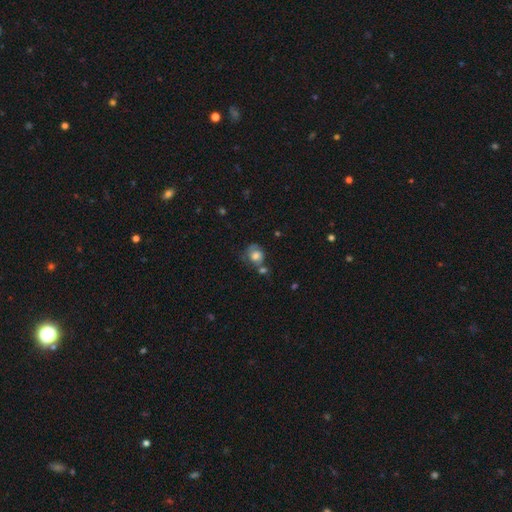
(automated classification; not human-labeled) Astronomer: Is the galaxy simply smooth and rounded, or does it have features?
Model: smooth — 51% (runner-up: featured or disk, 39%).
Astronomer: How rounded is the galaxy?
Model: round — 66%.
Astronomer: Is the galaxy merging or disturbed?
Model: none — 41% (runner-up: minor disturbance, 23%).